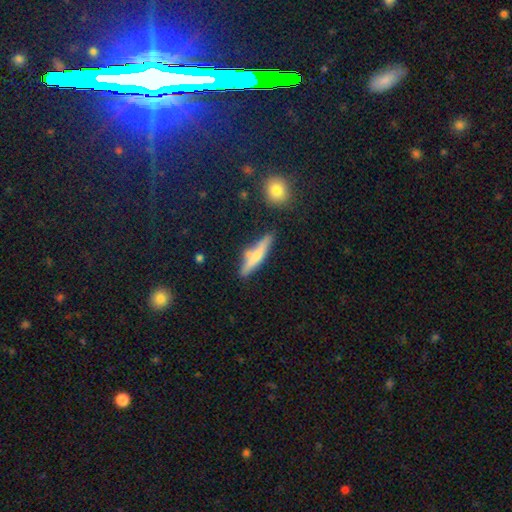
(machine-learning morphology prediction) Q: Smooth or featured?
A: smooth (53%); runner-up: featured or disk (40%)
Q: How rounded?
A: cigar-shaped (85%); runner-up: in between (13%)
Q: Merging?
A: none (71%); runner-up: minor disturbance (16%)